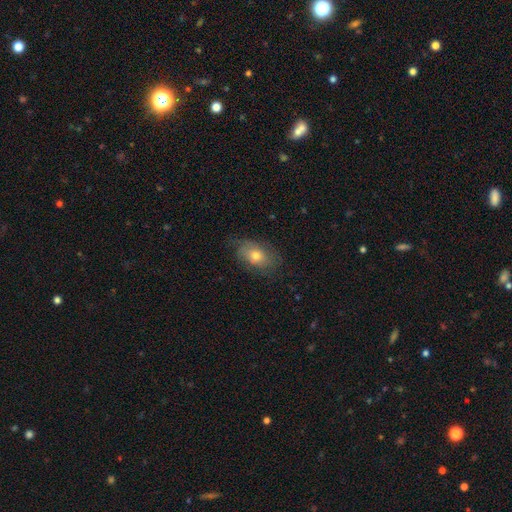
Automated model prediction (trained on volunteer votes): Smooth or featured? smooth (65%)
How rounded? in between (83%)
Merging? none (69%)